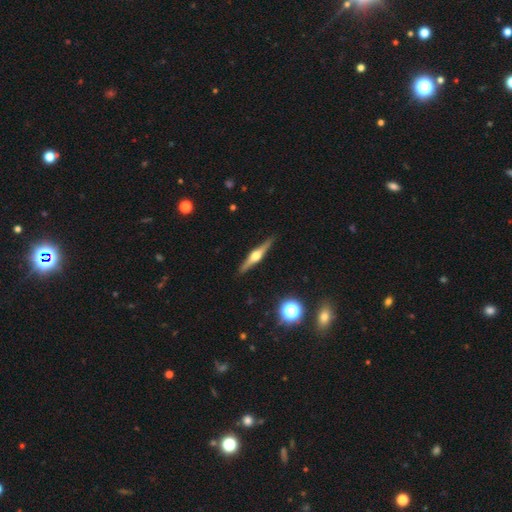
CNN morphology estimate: A featured or disk galaxy (77%) viewed edge-on (98%) with a rounded central bulge (93%). Merging: none (90%).